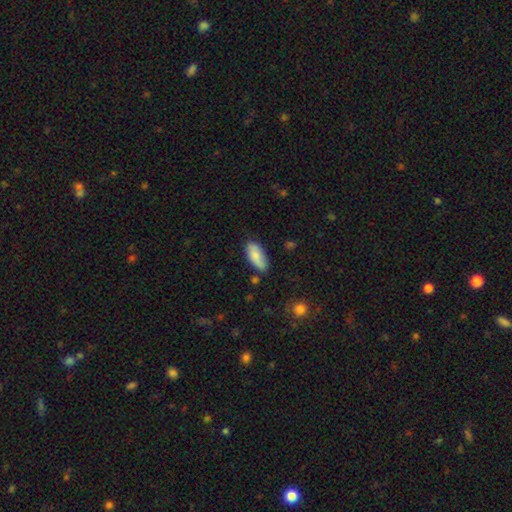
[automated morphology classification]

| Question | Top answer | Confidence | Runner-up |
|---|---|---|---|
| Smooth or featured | smooth | 79% | featured or disk (15%) |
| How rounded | in between | 88% | cigar-shaped (10%) |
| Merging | none | 73% | minor disturbance (20%) |